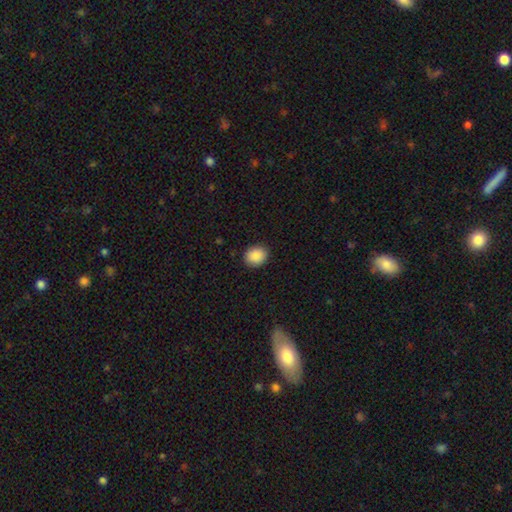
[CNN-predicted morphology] smooth_or_featured: smooth (p=0.89) [alt: star or artifact p=0.08]
how_rounded: round (p=0.58) [alt: in between p=0.41]
merging: none (p=0.89) [alt: minor disturbance p=0.08]